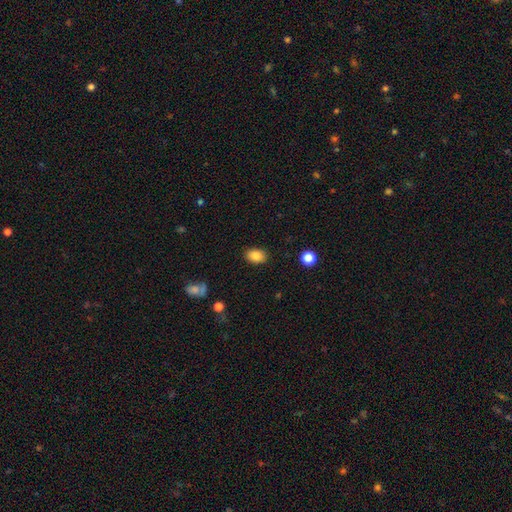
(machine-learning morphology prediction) Q: Smooth or featured?
A: smooth (85%); runner-up: star or artifact (9%)
Q: How rounded?
A: in between (81%); runner-up: round (18%)
Q: Merging?
A: none (88%); runner-up: minor disturbance (9%)